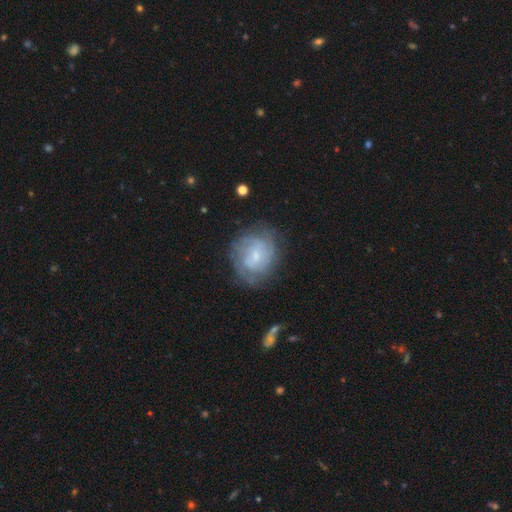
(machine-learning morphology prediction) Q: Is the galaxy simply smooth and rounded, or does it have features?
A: featured or disk — 68%.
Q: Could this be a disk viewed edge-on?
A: no — 97%.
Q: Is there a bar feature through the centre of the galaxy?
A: no — 47%.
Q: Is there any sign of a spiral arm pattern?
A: yes — 81%.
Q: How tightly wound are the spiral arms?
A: tight — 59%.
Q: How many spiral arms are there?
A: can't tell — 54%.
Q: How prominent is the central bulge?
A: small — 65%.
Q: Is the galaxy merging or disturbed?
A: none — 69%.